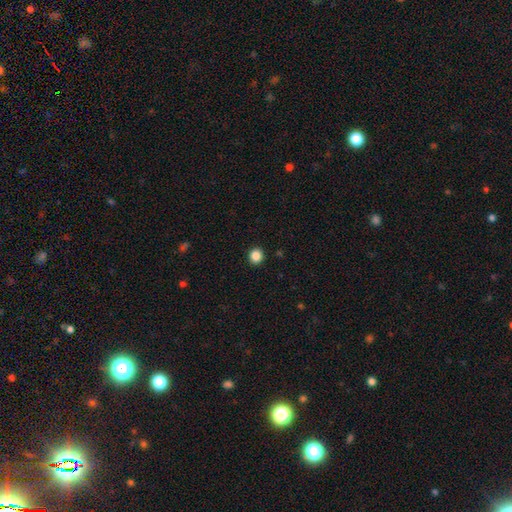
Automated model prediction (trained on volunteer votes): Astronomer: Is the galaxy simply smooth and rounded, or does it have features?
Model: smooth — 87%.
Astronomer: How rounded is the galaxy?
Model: round — 87%.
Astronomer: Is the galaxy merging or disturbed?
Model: none — 93%.